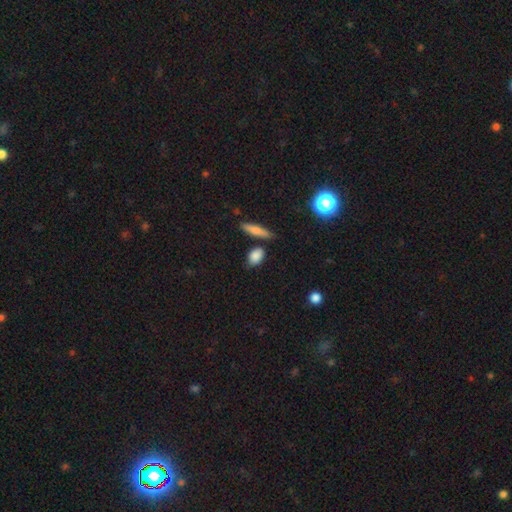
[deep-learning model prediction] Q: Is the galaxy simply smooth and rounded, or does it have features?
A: smooth — 84%.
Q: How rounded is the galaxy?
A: in between — 75%.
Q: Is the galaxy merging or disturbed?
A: none — 74%.